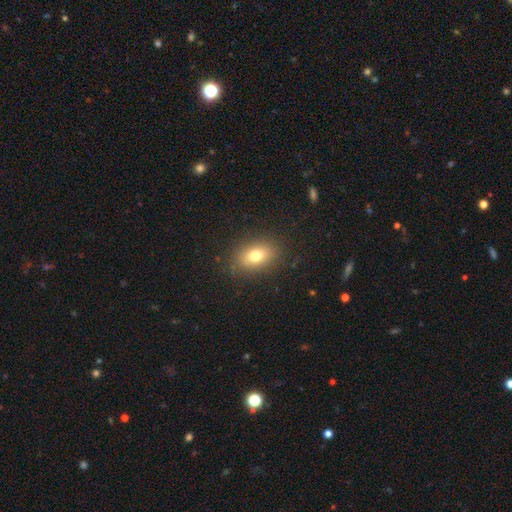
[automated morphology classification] This is likely a smooth galaxy (76%). How rounded: likely in between (79%). Merging: clearly none (86%).